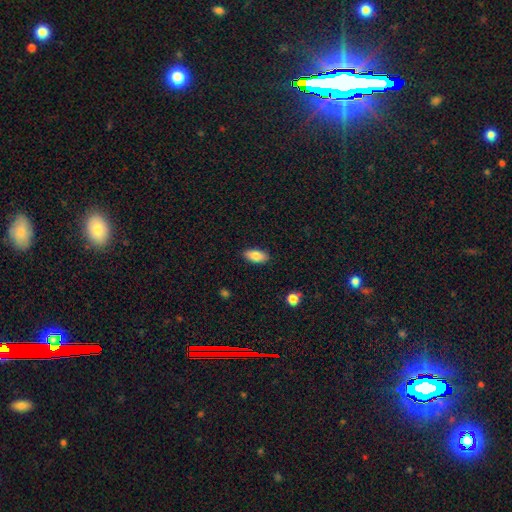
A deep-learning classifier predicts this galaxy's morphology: smooth_or_featured: smooth (p=0.84) [alt: featured or disk p=0.09]
how_rounded: in between (p=0.90) [alt: cigar-shaped p=0.07]
merging: none (p=0.87) [alt: minor disturbance p=0.09]